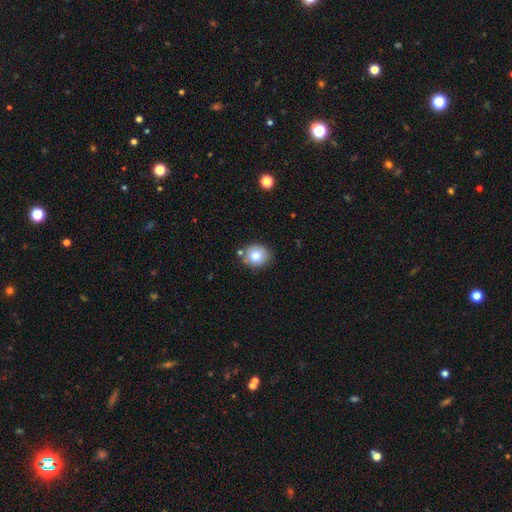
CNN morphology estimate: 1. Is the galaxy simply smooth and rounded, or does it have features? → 77% smooth, 13% featured or disk, 10% star or artifact.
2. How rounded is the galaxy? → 78% round, 21% in between, 1% cigar-shaped.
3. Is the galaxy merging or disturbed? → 79% none, 11% minor disturbance, 7% merger, 3% major disturbance.